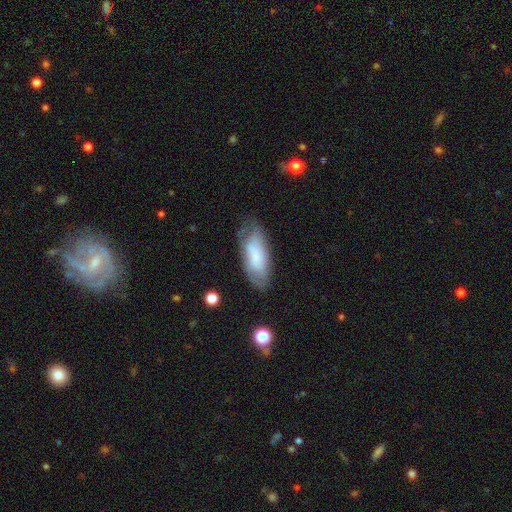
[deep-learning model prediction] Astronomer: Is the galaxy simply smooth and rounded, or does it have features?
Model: smooth — 67%.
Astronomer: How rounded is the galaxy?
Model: in between — 78%.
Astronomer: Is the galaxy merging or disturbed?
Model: none — 62%.